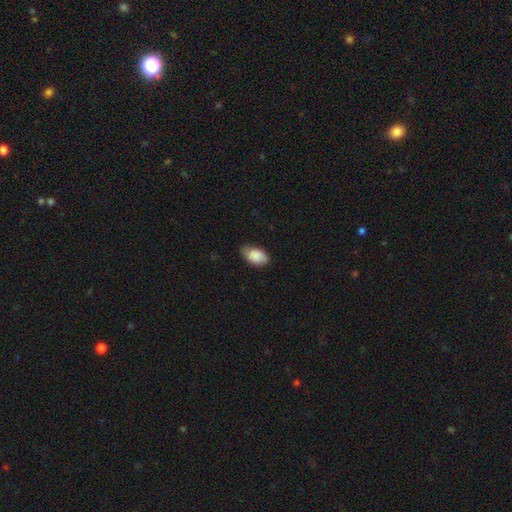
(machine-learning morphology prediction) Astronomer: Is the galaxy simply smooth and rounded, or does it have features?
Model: smooth — 84%.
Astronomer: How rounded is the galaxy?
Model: in between — 93%.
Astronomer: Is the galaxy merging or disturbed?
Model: none — 73%.